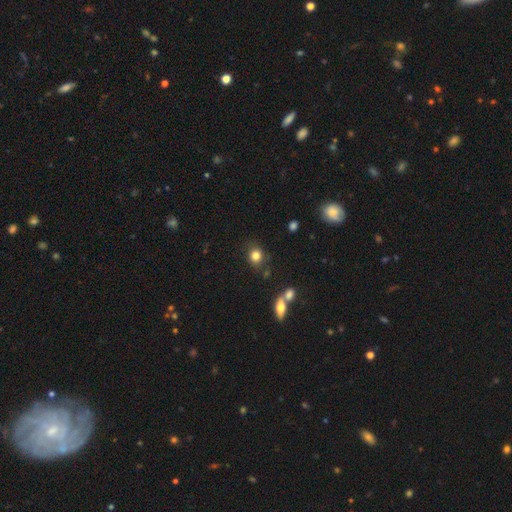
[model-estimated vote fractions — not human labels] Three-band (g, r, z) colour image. It shows a smooth galaxy with no disk features (82%) that is round (72%). Merging: none (77%).